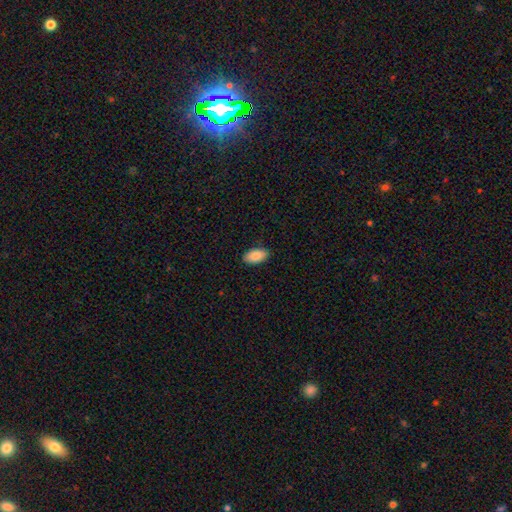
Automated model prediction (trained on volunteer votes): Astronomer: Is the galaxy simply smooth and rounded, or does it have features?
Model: smooth — 88%.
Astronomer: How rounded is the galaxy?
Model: in between — 94%.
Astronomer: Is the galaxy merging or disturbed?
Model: none — 88%.